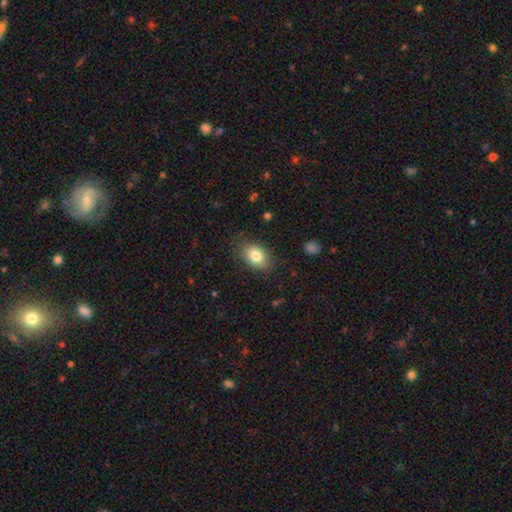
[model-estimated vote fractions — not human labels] The model was most divided on "how rounded": in between: 80%, round: 19%, cigar-shaped: 1%. More confident: merging — none (82%); smooth or featured — smooth (81%).